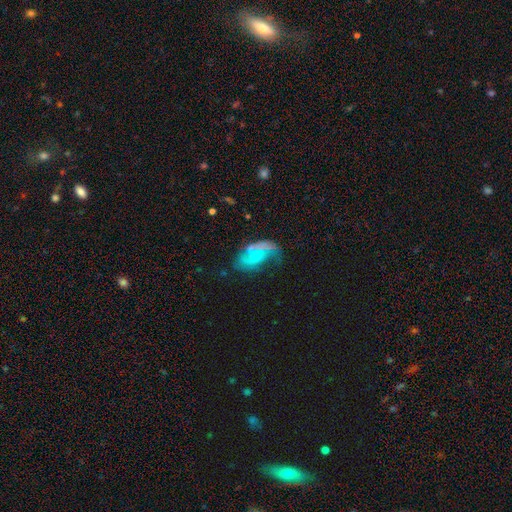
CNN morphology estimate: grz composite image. It shows a featured or disk galaxy (56%) with no bar (62%), spiral arms (62%) and no central bulge (44%). Merging: none (36%).